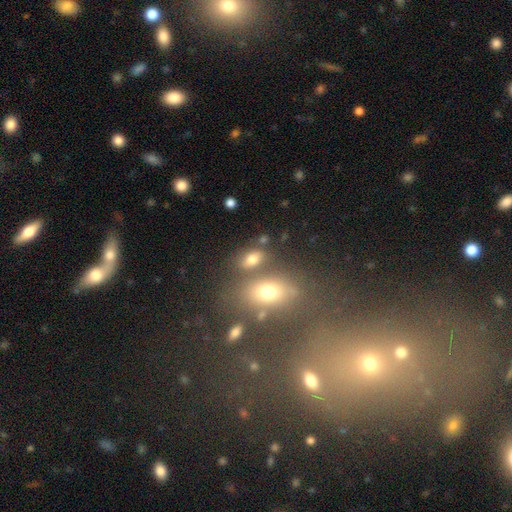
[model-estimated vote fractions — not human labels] This is likely a smooth galaxy (68%). How rounded: clearly in between (82%). Merging: possibly none (60%).